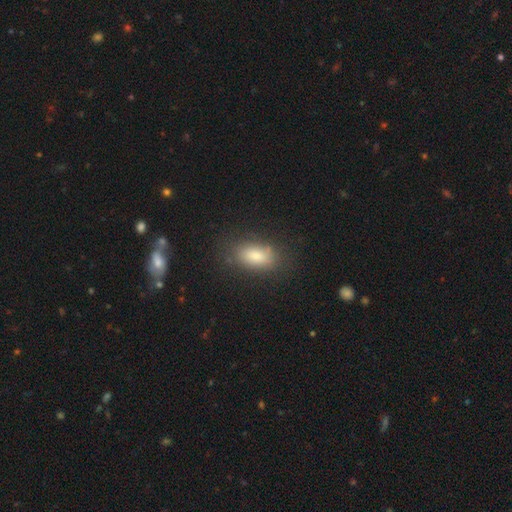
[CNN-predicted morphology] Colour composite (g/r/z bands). It shows a smooth galaxy with no disk features (79%) that is in between round and cigar-shaped (88%). Merging: none (77%).